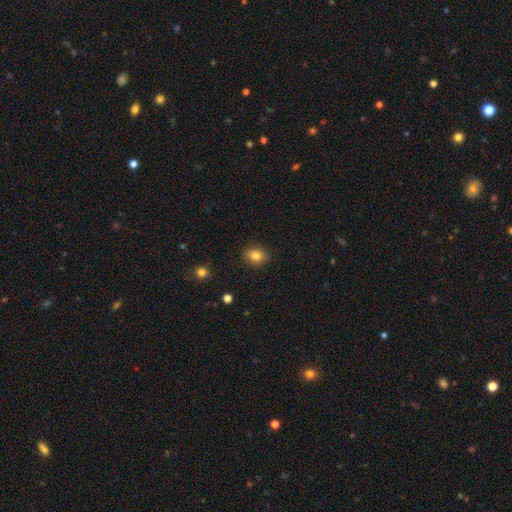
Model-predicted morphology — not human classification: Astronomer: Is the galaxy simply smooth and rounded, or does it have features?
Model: smooth — 82%.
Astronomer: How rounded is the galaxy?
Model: in between — 52% (runner-up: round, 47%).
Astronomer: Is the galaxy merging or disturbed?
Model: none — 88%.